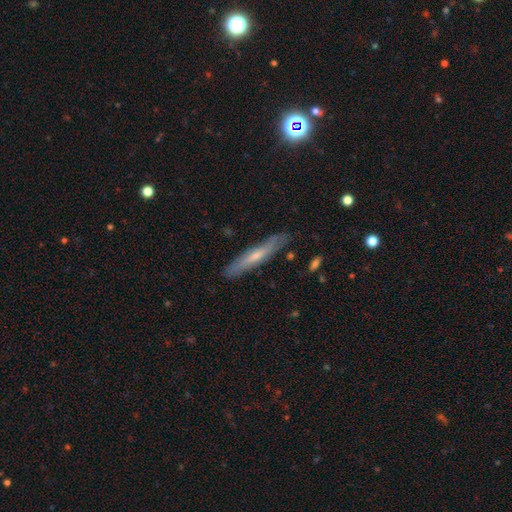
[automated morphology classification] Smooth or featured? Predicted: featured or disk (p=0.52). Edge-on disk? Predicted: yes (p=0.82). Merging? Predicted: none (p=0.85).